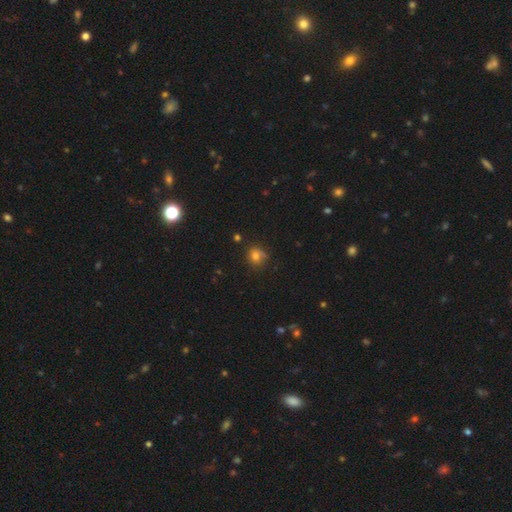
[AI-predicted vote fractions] This appears to be a smooth galaxy with no disk features (75%) that is round (77%). Merging: none (63%).